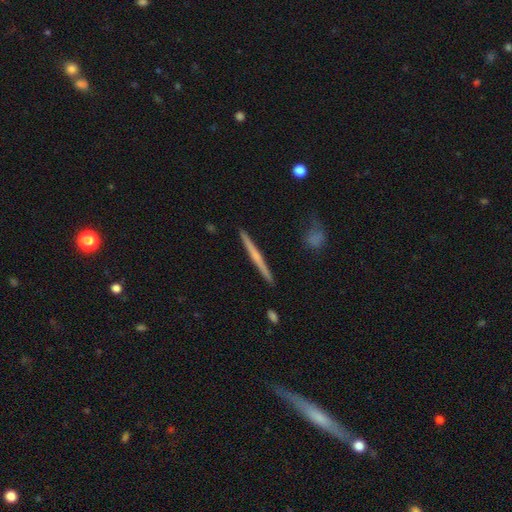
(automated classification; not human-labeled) featured or disk 61%, smooth 33%, star or artifact 6%. Down the decision tree: edge-on disk — yes (98%); edge-on bulge — none (48%); merging — none (90%).